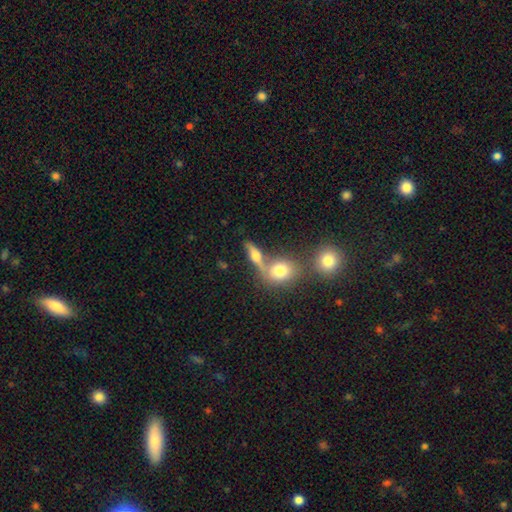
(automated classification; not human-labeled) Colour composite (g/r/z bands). It shows a smooth galaxy with no disk features (51%) that is in between round and cigar-shaped (47%). Merging: none (53%).